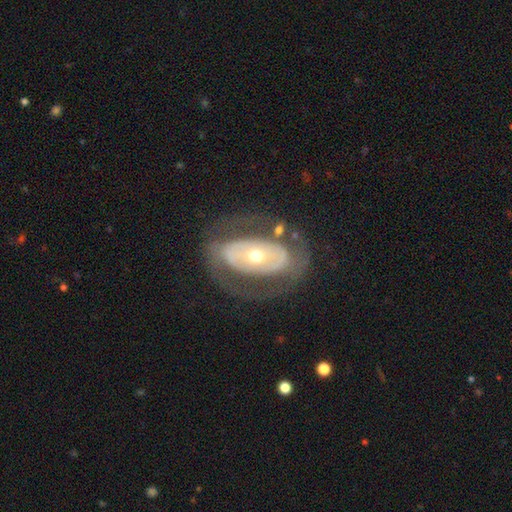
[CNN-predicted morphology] type=featured or disk (72%); edge-on=no (92%); bar=no (71%); spiral arms=no (64%); bulge=moderate (60%); merging=none (70%).